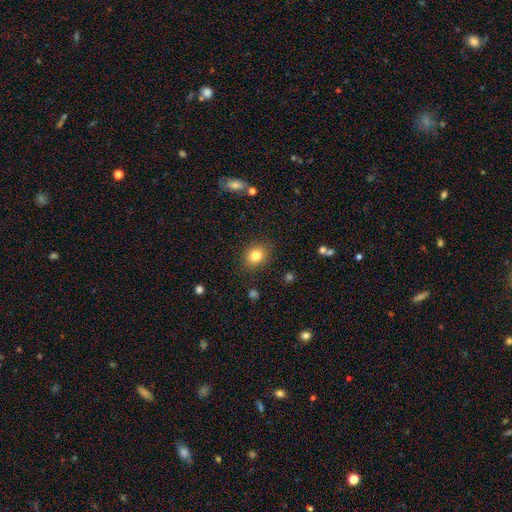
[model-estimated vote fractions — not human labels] This is clearly a smooth galaxy (81%). How rounded: likely round (61%). Merging: clearly none (86%).